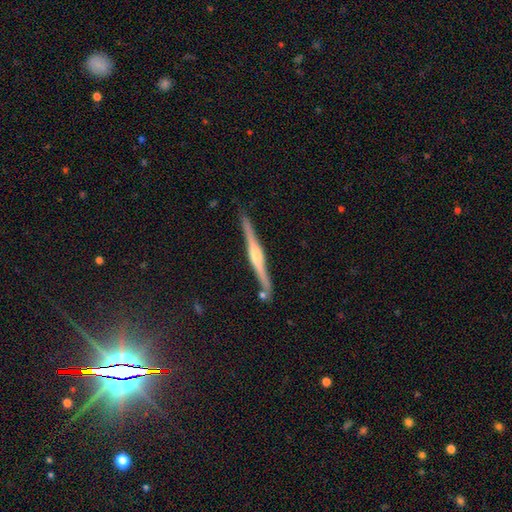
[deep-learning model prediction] This is clearly a featured or disk galaxy (80%). It is clearly viewed edge-on (98%). Edge-on bulge: likely rounded (76%). Merging: clearly none (87%).